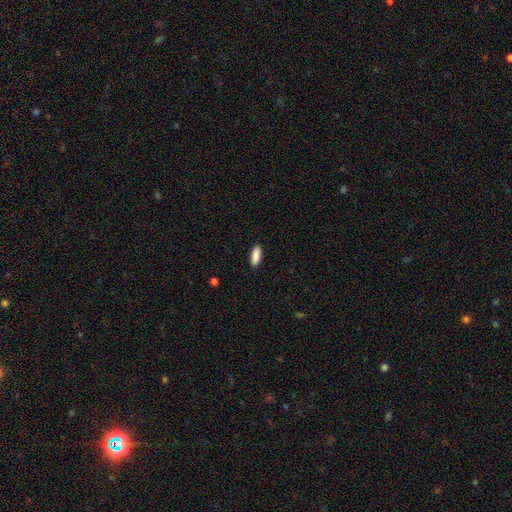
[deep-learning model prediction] Smooth or featured? smooth (89%)
How rounded? in between (67%)
Merging? none (90%)